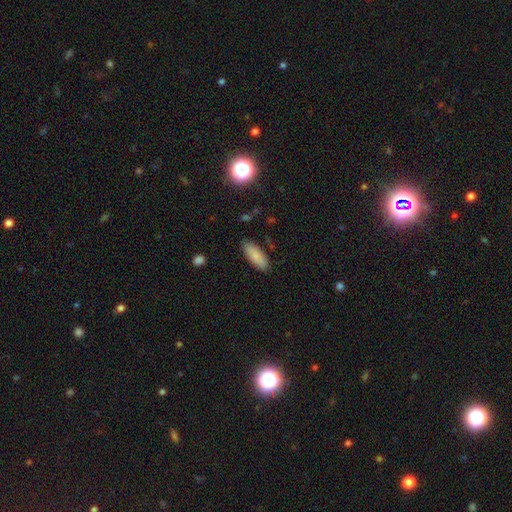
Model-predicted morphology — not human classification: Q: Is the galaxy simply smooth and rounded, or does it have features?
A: smooth — 84%.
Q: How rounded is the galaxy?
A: in between — 73%.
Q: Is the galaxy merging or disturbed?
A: none — 86%.